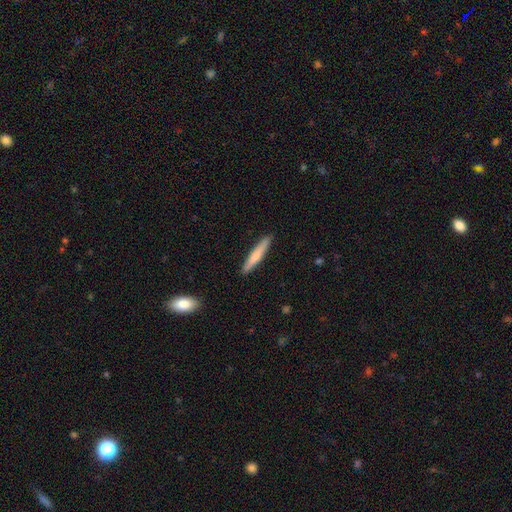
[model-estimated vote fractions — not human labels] smooth_or_featured: smooth (p=0.68) [alt: featured or disk p=0.27]
how_rounded: cigar-shaped (p=0.94) [alt: in between p=0.05]
merging: none (p=0.90) [alt: minor disturbance p=0.07]